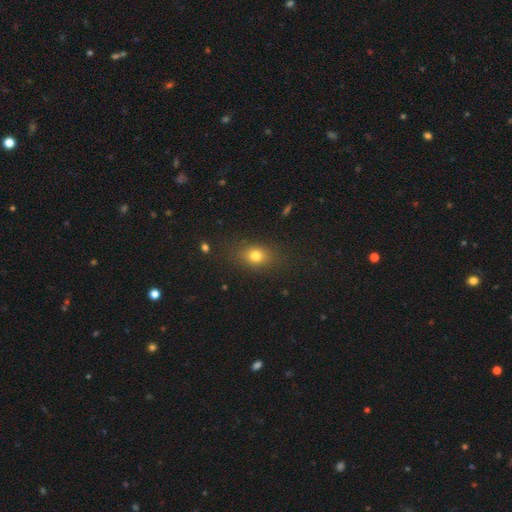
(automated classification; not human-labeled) Smooth or featured?
  - smooth: 78% *
  - star or artifact: 12%
  - featured or disk: 9%
How rounded?
  - in between: 61% *
  - round: 36%
  - cigar-shaped: 3%
Merging?
  - none: 82% *
  - minor disturbance: 12%
  - major disturbance: 4%
  - merger: 1%